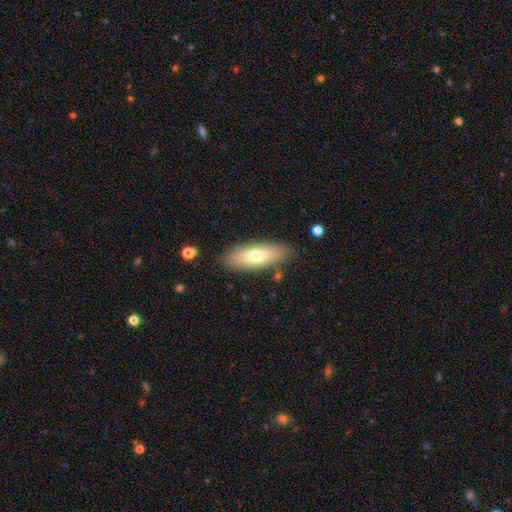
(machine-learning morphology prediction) Smooth or featured? Predicted: smooth (p=0.68). How rounded? Predicted: in between (p=0.63). Merging? Predicted: none (p=0.84).